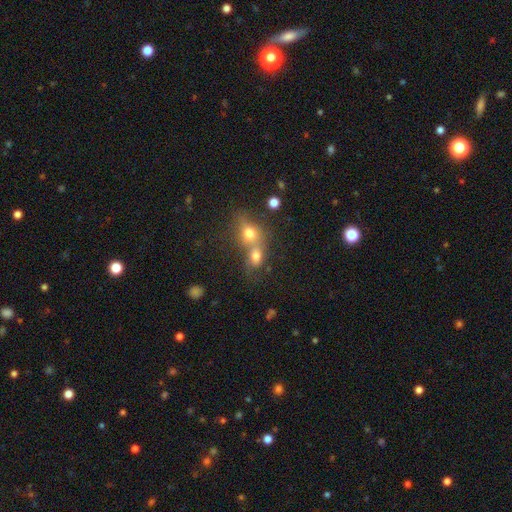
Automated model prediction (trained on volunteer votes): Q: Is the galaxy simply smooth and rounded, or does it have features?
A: smooth — 71%.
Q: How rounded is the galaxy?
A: in between — 56%.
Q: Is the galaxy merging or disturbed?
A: merger — 60%.